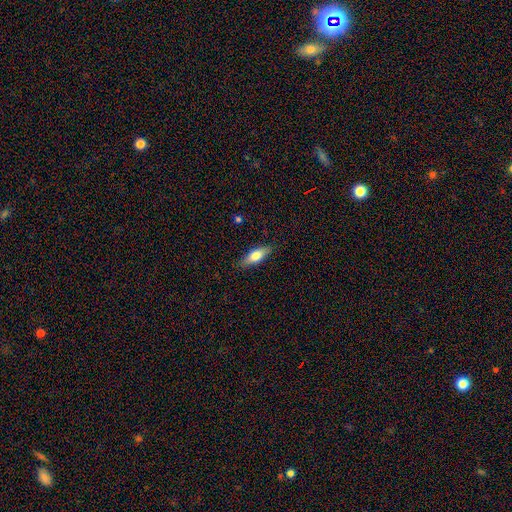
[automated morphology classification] smooth 69%, featured or disk 25%, star or artifact 6%. Down the decision tree: how rounded — in between (63%); merging — none (86%).